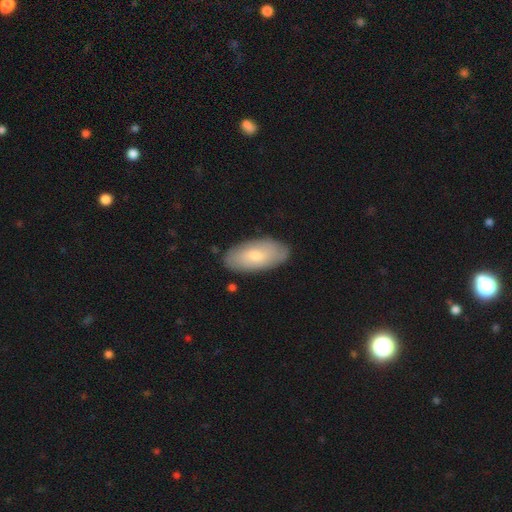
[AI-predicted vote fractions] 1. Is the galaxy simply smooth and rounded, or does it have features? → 65% smooth, 29% featured or disk, 6% star or artifact.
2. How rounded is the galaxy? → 92% in between, 5% cigar-shaped, 2% round.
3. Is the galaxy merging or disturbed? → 84% none, 12% minor disturbance, 2% major disturbance, 1% merger.